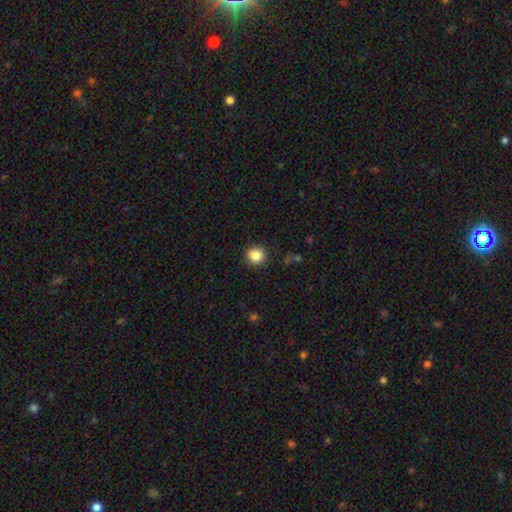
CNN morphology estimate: Smooth or featured? smooth (86%)
How rounded? round (85%)
Merging? none (90%)